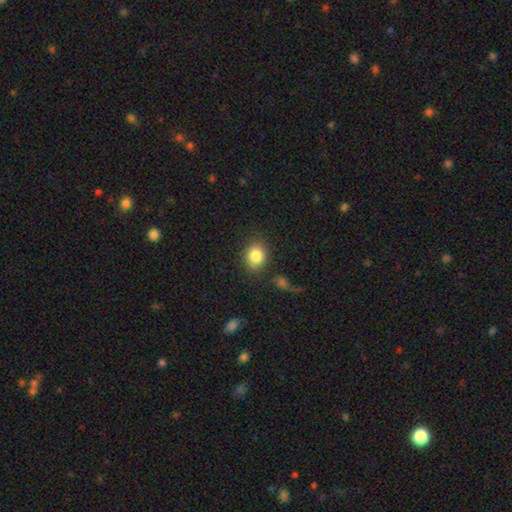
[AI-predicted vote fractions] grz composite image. It shows a smooth galaxy with no disk features (85%) that is round (62%). Merging: none (81%).